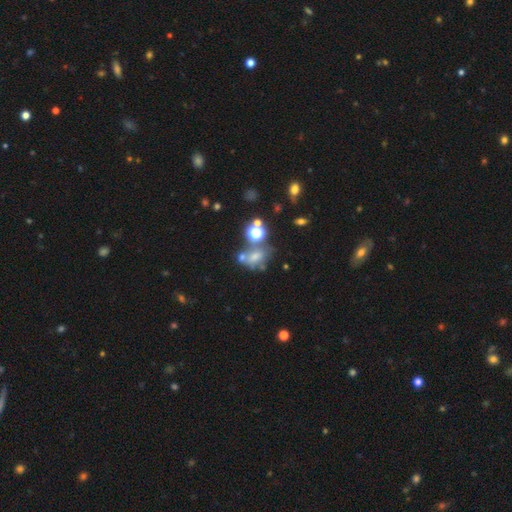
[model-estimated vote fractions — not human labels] Smooth or featured?
  - smooth: 51% *
  - star or artifact: 28%
  - featured or disk: 21%
How rounded?
  - in between: 59% *
  - round: 39%
  - cigar-shaped: 2%
Merging?
  - none: 38% *
  - merger: 33%
  - minor disturbance: 16%
  - major disturbance: 13%